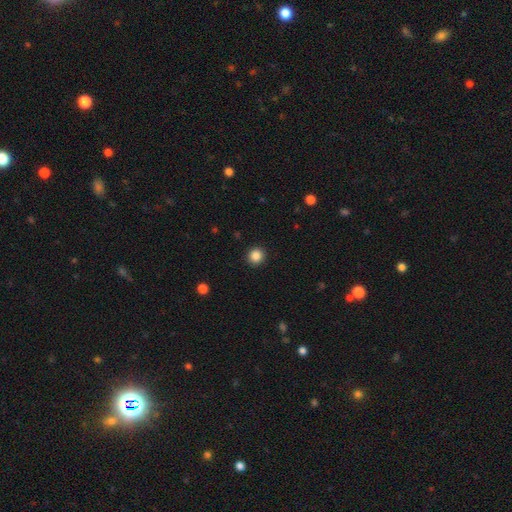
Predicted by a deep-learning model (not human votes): smooth-or-featured: smooth: 86% | star or artifact: 11% | featured or disk: 3%
  how-rounded: round: 93% | in between: 6% | cigar-shaped: 1%
  merging: none: 92% | minor disturbance: 5% | major disturbance: 2% | merger: 1%